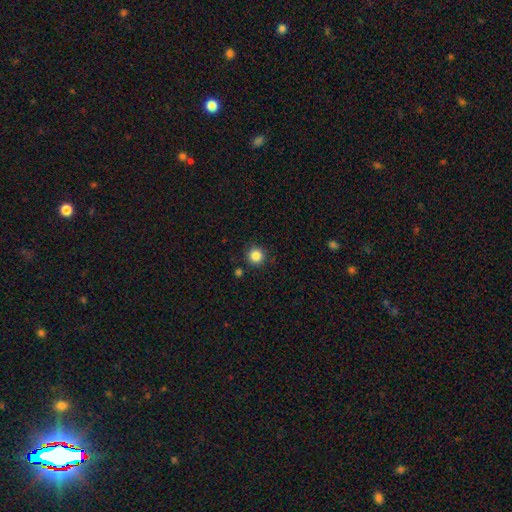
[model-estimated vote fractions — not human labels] Smooth or featured? Predicted: smooth (p=0.85). How rounded? Predicted: round (p=0.95). Merging? Predicted: none (p=0.88).